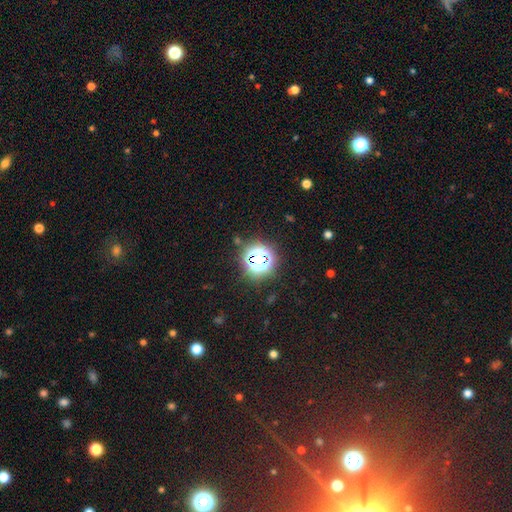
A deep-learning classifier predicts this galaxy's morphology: Smooth or featured?
  - star or artifact: 76% *
  - smooth: 17%
  - featured or disk: 7%